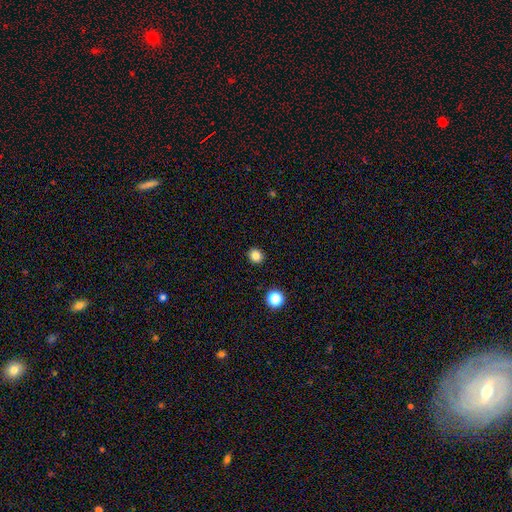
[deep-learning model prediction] Morphology: type=smooth (83%); roundness=round (81%); merging=none (91%).